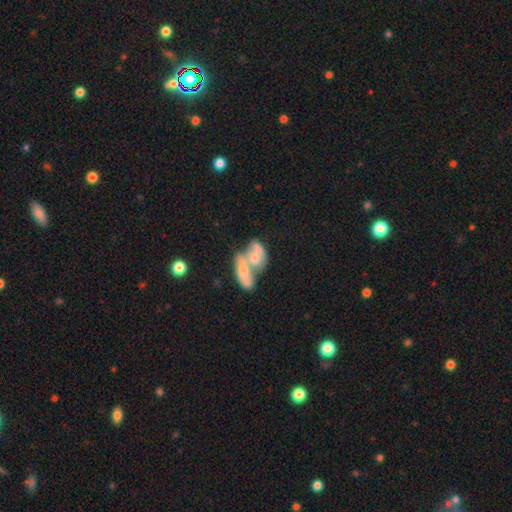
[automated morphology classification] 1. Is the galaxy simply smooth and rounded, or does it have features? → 50% smooth, 41% featured or disk, 9% star or artifact.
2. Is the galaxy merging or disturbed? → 75% merger, 12% none, 7% major disturbance, 6% minor disturbance.